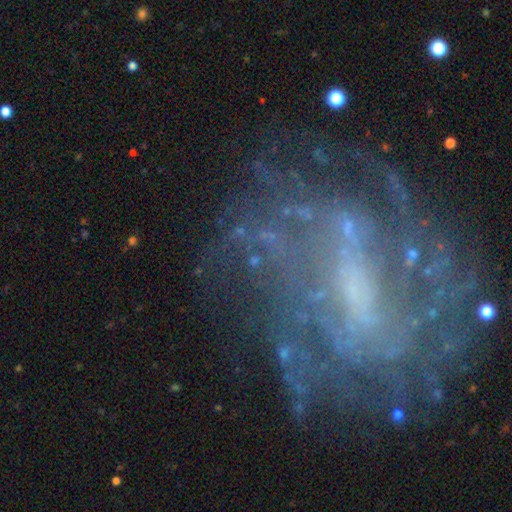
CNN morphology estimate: The model was most divided on "bar": no: 48%, weak: 30%, strong: 22%. More confident: edge-on disk — no (95%); spiral arms — yes (78%); smooth or featured — featured or disk (66%); merging — none (61%); bulge size — small (50%).